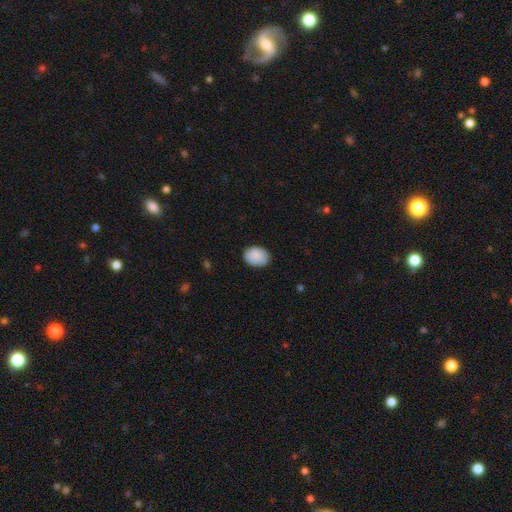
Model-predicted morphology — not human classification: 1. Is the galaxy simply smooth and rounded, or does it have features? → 87% smooth, 7% star or artifact, 6% featured or disk.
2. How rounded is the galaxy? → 68% in between, 31% round, 1% cigar-shaped.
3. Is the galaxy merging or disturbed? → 79% none, 17% minor disturbance, 3% major disturbance, 1% merger.